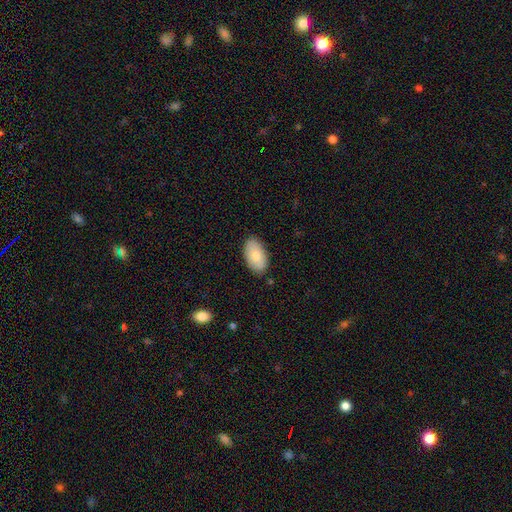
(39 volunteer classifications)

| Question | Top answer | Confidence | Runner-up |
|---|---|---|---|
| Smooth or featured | smooth | 77% | featured or disk (21%) |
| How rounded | in between | 100% | — |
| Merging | none | 79% | minor disturbance (13%) |